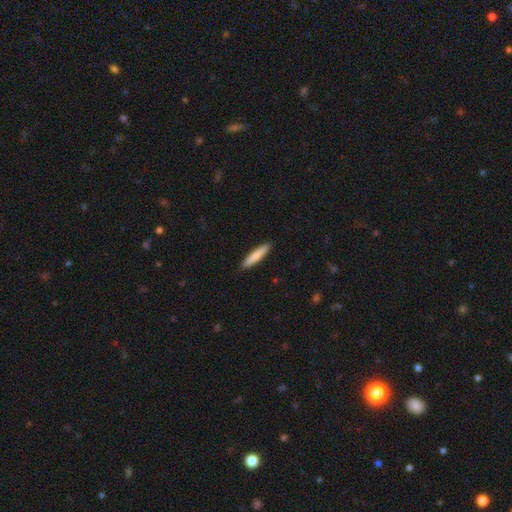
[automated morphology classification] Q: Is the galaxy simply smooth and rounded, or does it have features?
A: smooth — 80%.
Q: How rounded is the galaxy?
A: cigar-shaped — 91%.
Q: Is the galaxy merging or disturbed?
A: none — 91%.